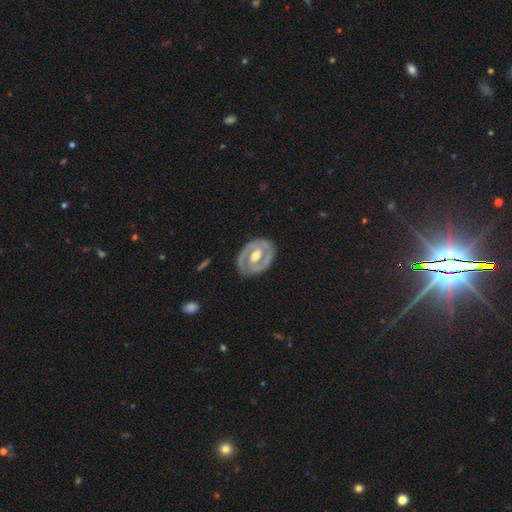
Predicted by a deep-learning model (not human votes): Smooth or featured: featured or disk — 77% (smooth — 19%)
Edge-on disk: no — 95% (yes — 5%)
Bar: weak — 39% (no — 35%)
Spiral arms: yes — 53% (no — 47%)
Bulge size: moderate — 67% (large — 21%)
Merging: none — 80% (minor disturbance — 14%)